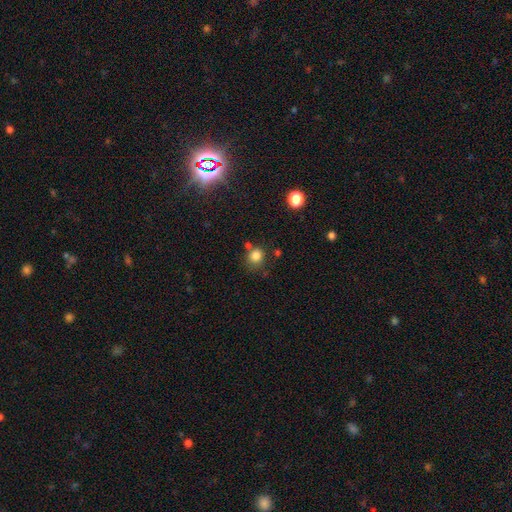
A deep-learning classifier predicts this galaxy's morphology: Smooth or featured?
  - smooth: 82% *
  - star or artifact: 13%
  - featured or disk: 6%
How rounded?
  - round: 78% *
  - in between: 21%
  - cigar-shaped: 1%
Merging?
  - none: 69% *
  - minor disturbance: 14%
  - merger: 12%
  - major disturbance: 5%